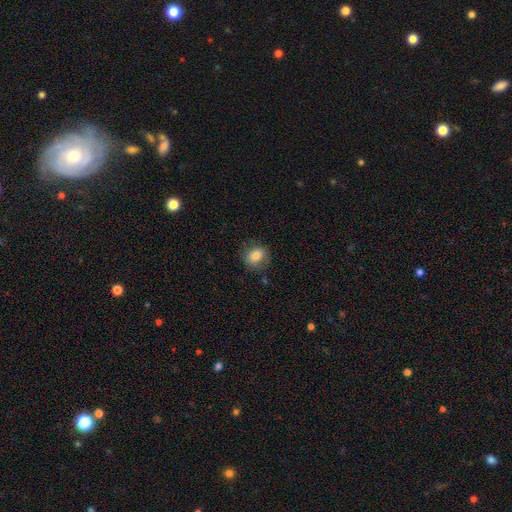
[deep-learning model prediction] Smooth or featured?
  - smooth: 77% *
  - featured or disk: 14%
  - star or artifact: 9%
How rounded?
  - round: 57% *
  - in between: 42%
  - cigar-shaped: 1%
Merging?
  - none: 75% *
  - minor disturbance: 17%
  - major disturbance: 6%
  - merger: 1%